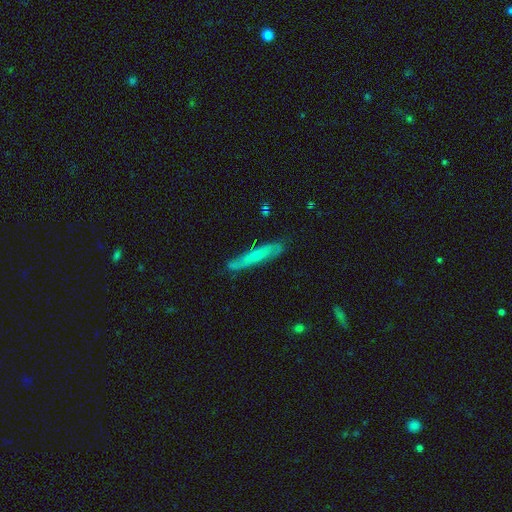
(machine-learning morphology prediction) Smooth or featured: smooth — 47% (featured or disk — 46%)
Merging: none — 76% (minor disturbance — 18%)